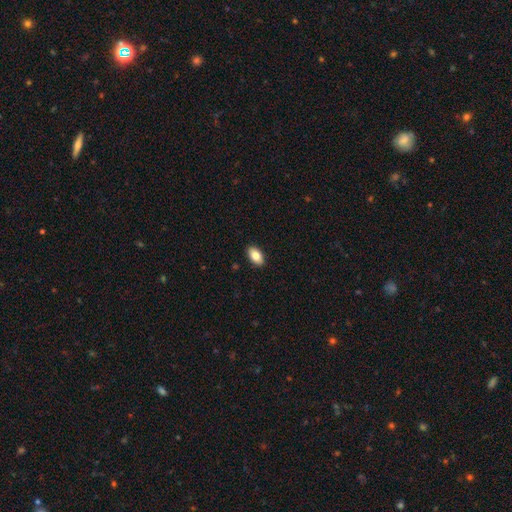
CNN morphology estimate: This is clearly a smooth galaxy (82%). How rounded: clearly in between (92%). Merging: clearly none (90%).